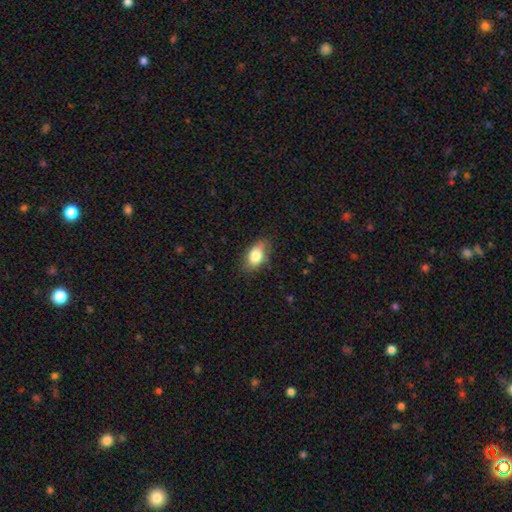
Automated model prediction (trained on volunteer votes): Smooth or featured? smooth (80%)
How rounded? in between (87%)
Merging? none (73%)